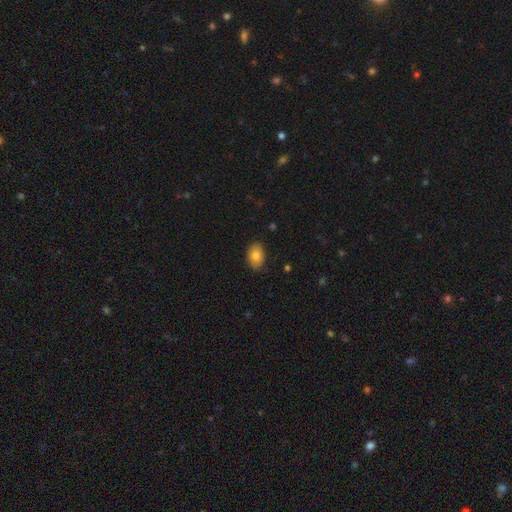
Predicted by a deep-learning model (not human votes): A smooth galaxy with no disk features (82%) that is in between round and cigar-shaped (85%).

Vote fractions:
- Smooth or featured? smooth: 82% / featured or disk: 10% / star or artifact: 8%
- How rounded? in between: 85% / round: 14% / cigar-shaped: 1%
- Merging? none: 87% / minor disturbance: 10% / major disturbance: 2% / merger: 1%